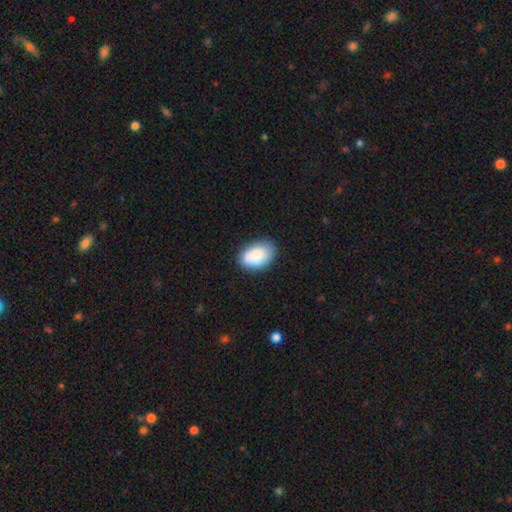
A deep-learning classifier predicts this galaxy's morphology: A smooth galaxy with no disk features (84%) that is in between round and cigar-shaped (88%).

Vote fractions:
- Smooth or featured? smooth: 84% / featured or disk: 9% / star or artifact: 7%
- How rounded? in between: 88% / round: 11% / cigar-shaped: 1%
- Merging? none: 75% / minor disturbance: 18% / major disturbance: 4% / merger: 3%